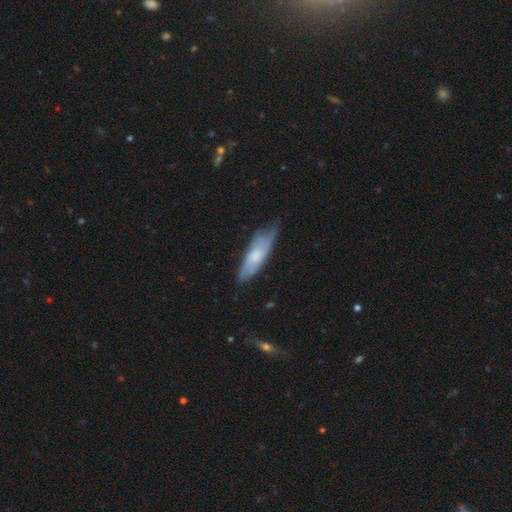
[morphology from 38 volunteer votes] Smooth or featured? 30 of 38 (79%) said smooth. How rounded? 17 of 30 (57%) said cigar-shaped. Merging? 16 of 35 (46%) said none.